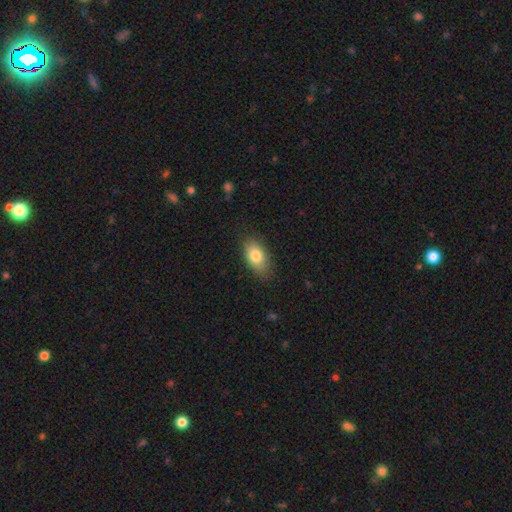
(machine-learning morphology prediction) A smooth galaxy with no disk features (80%) that is in between round and cigar-shaped (90%).

Vote fractions:
- Smooth or featured? smooth: 80% / featured or disk: 12% / star or artifact: 8%
- How rounded? in between: 90% / round: 6% / cigar-shaped: 4%
- Merging? none: 82% / minor disturbance: 14% / major disturbance: 3% / merger: 1%